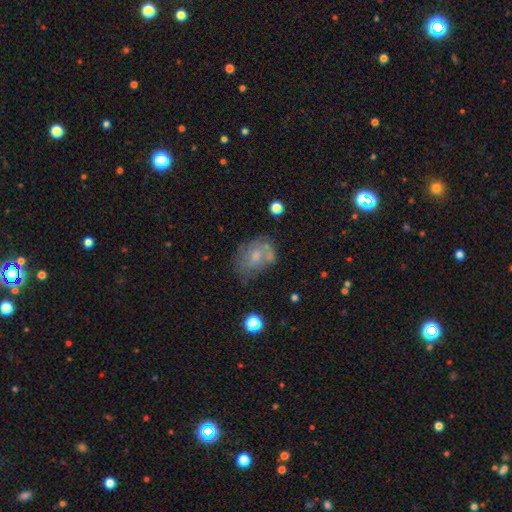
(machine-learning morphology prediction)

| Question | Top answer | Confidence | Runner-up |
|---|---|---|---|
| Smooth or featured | smooth | 46% | featured or disk (42%) |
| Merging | none | 47% | minor disturbance (27%) |